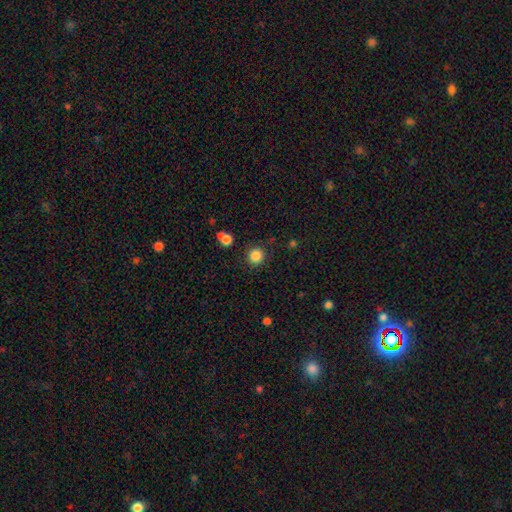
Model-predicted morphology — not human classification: This appears to be a smooth galaxy with no disk features (85%) that is round (93%). Merging: none (87%).